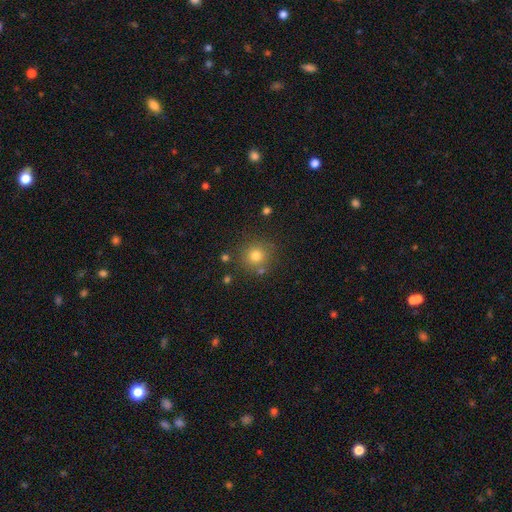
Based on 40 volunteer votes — Q: Smooth or featured?
A: smooth (78%); runner-up: star or artifact (12%)
Q: How rounded?
A: round (97%); runner-up: in between (3%)
Q: Merging?
A: none (89%); runner-up: minor disturbance (6%)